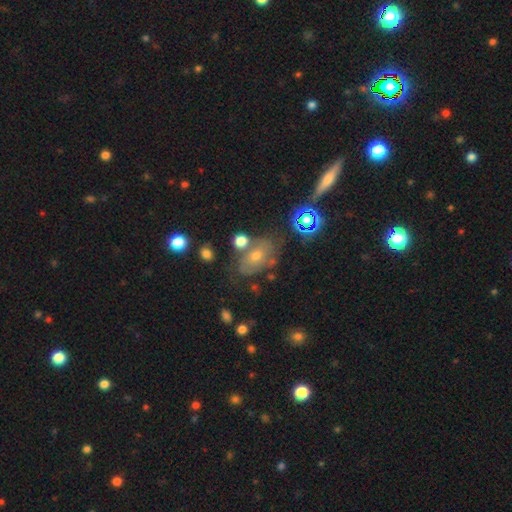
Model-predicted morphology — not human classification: This is marginally a smooth galaxy (40%). Merging: possibly none (58%).